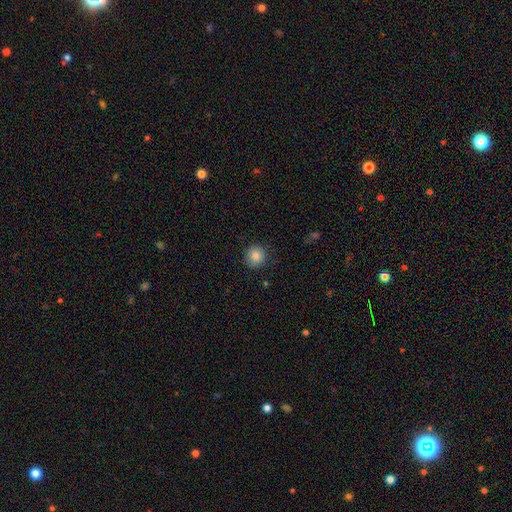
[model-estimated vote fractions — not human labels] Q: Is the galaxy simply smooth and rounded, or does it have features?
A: smooth — 85%.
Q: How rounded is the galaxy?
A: round — 89%.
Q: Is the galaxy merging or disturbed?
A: none — 85%.